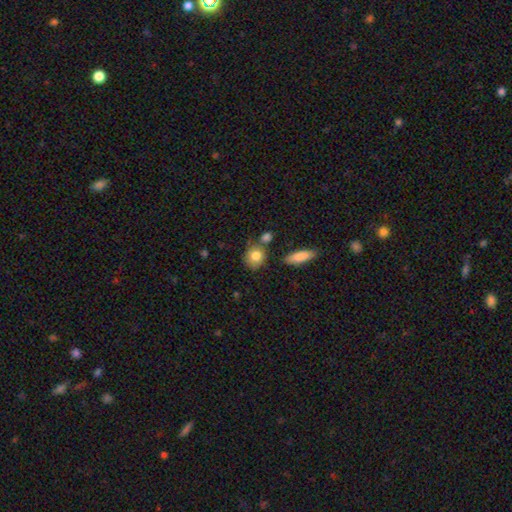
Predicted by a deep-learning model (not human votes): smooth_or_featured: smooth (p=0.82) [alt: featured or disk p=0.11]
how_rounded: round (p=0.64) [alt: in between p=0.34]
merging: none (p=0.64) [alt: minor disturbance p=0.16]